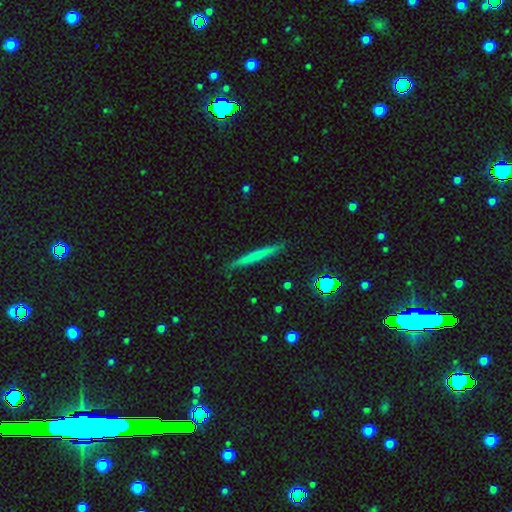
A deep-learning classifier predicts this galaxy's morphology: Smooth or featured? Predicted: smooth (p=0.59). How rounded? Predicted: cigar-shaped (p=0.96). Merging? Predicted: none (p=0.89).